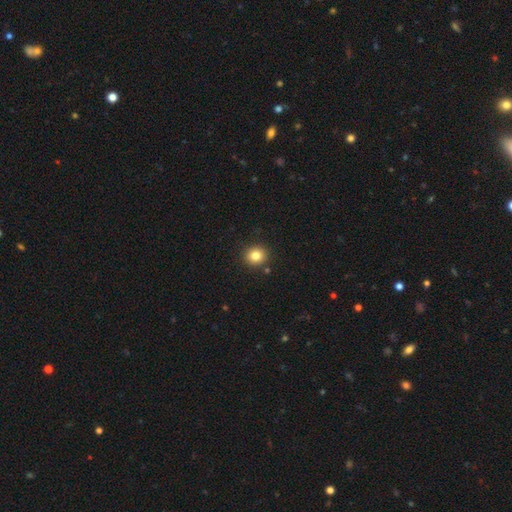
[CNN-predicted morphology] Smooth or featured? Predicted: smooth (p=0.82). How rounded? Predicted: round (p=0.85). Merging? Predicted: none (p=0.88).